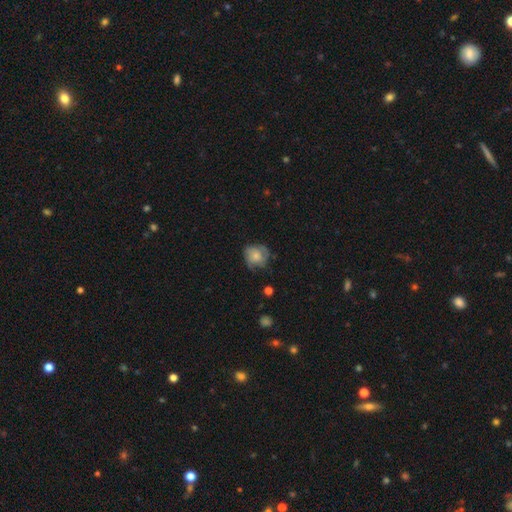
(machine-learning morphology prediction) Smooth or featured: smooth — 58% (featured or disk — 34%)
How rounded: round — 75% (in between — 24%)
Merging: none — 58% (minor disturbance — 28%)